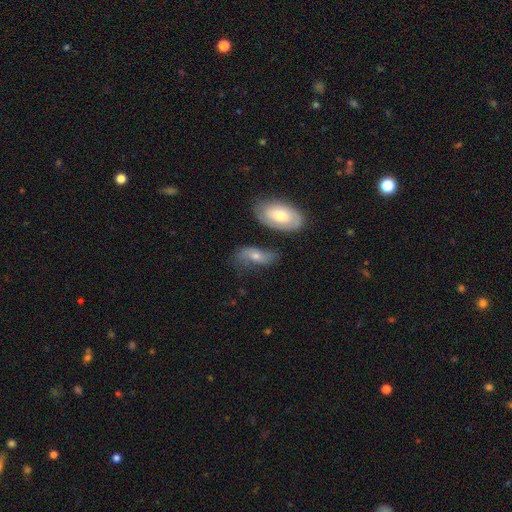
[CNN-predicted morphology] Q: Smooth or featured?
A: smooth (49%); runner-up: featured or disk (42%)
Q: Merging?
A: none (49%); runner-up: minor disturbance (25%)